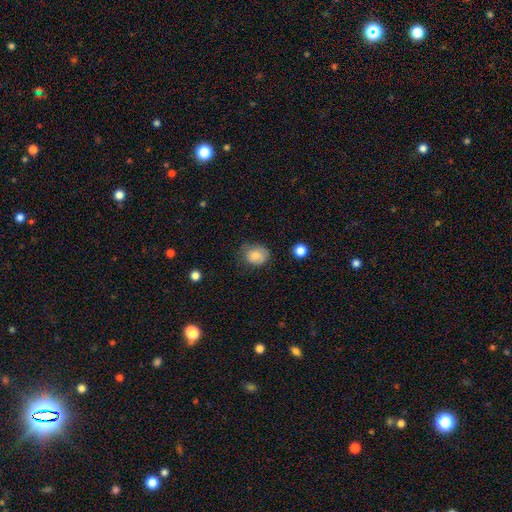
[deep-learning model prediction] Morphology: type=smooth (83%); roundness=round (58%); merging=none (58%).